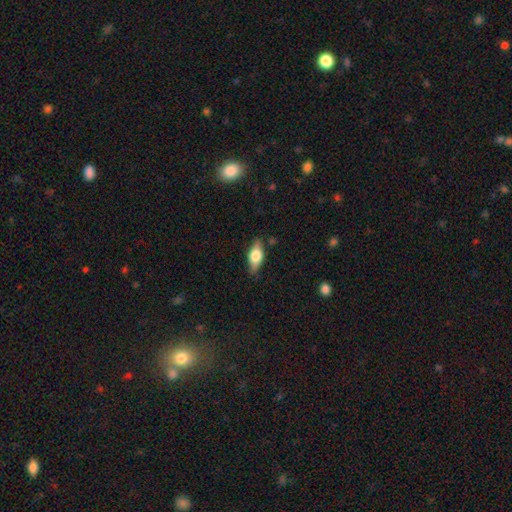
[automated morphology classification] A smooth galaxy with no disk features (54%) that is in between round and cigar-shaped (76%). Merging: none (83%).